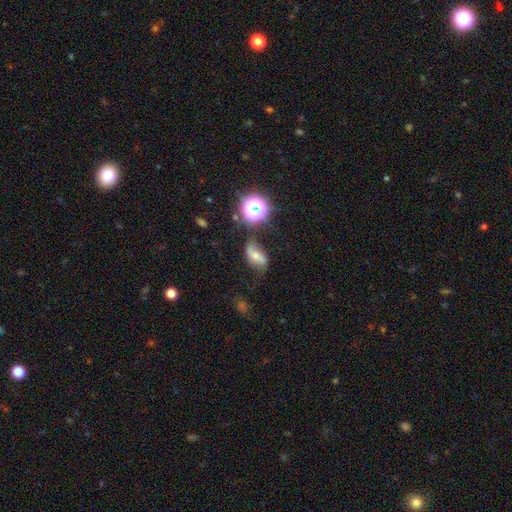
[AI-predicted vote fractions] Smooth or featured?
  - featured or disk: 45% *
  - smooth: 38%
  - star or artifact: 17%
Merging?
  - none: 59% *
  - minor disturbance: 24%
  - major disturbance: 11%
  - merger: 6%